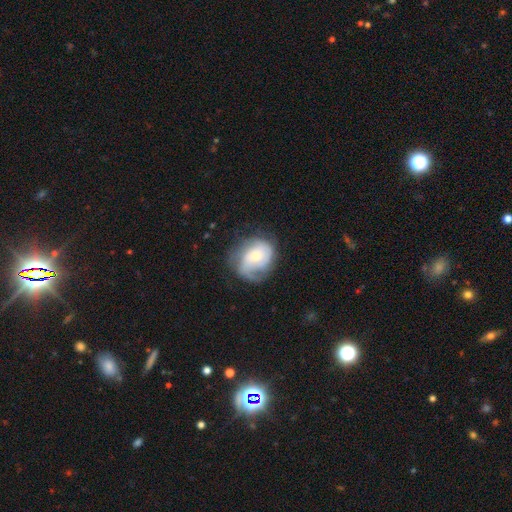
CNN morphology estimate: Overall: featured or disk (57%; smooth 35%). Edge-on disk: no (97%). Bar: no (73%). Spiral arms: yes (77%). Bulge size: small (47%; moderate 43%). Merging: none (47%; minor disturbance 27%).